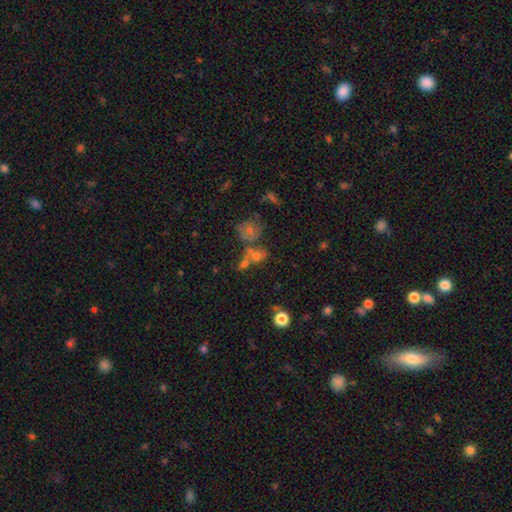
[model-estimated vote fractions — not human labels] smooth-or-featured: smooth: 52% | star or artifact: 25% | featured or disk: 23%
  how-rounded: round: 61% | in between: 36% | cigar-shaped: 4%
  merging: merger: 44% | none: 37% | minor disturbance: 10% | major disturbance: 8%